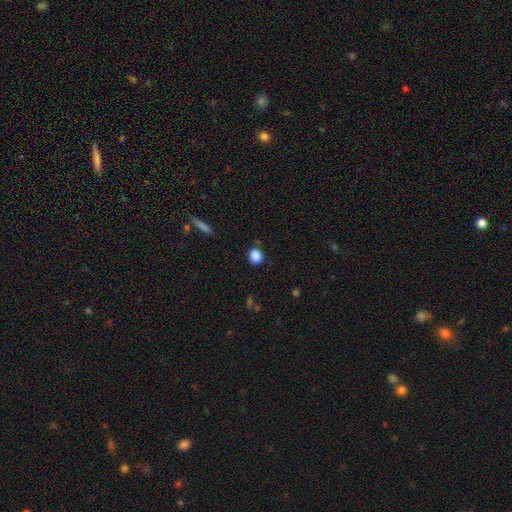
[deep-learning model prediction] Q: Smooth or featured?
A: smooth (87%); runner-up: star or artifact (9%)
Q: How rounded?
A: round (66%); runner-up: in between (33%)
Q: Merging?
A: none (83%); runner-up: minor disturbance (11%)